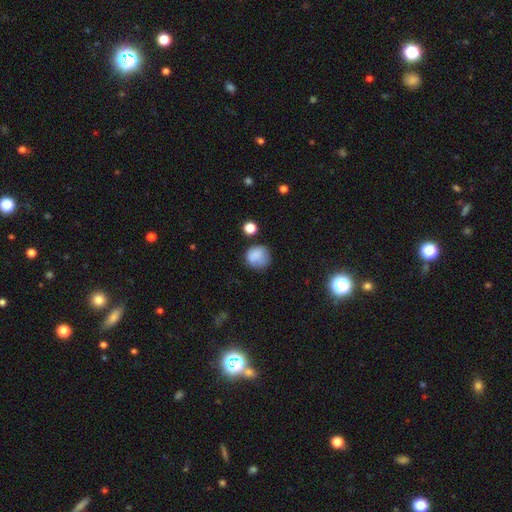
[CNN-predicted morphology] This appears to be a smooth galaxy with no disk features (79%) that is round (81%). Merging: none (61%).